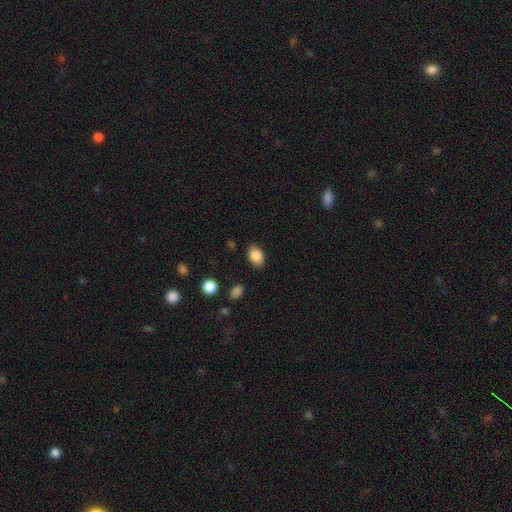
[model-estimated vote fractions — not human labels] This is clearly a smooth galaxy (87%). How rounded: likely in between (74%). Merging: clearly none (84%).